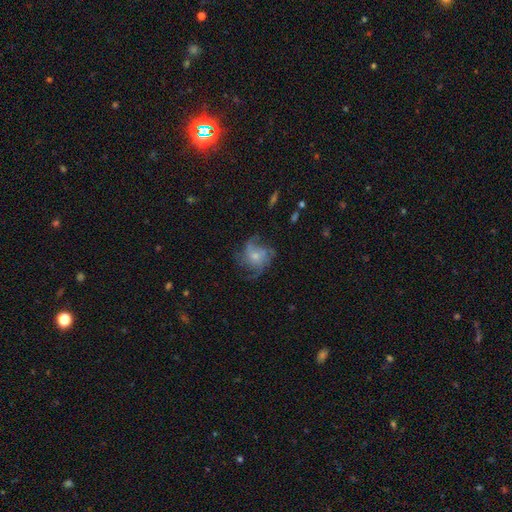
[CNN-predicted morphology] Overall: featured or disk (66%). Edge-on disk: no (98%). Bar: no (78%). Spiral arms: yes (84%). Spiral arm count: 3 (29%; can't tell 26%). Spiral winding: medium (45%; loose 30%). Bulge size: small (52%; moderate 38%). Merging: none (54%; major disturbance 22%).